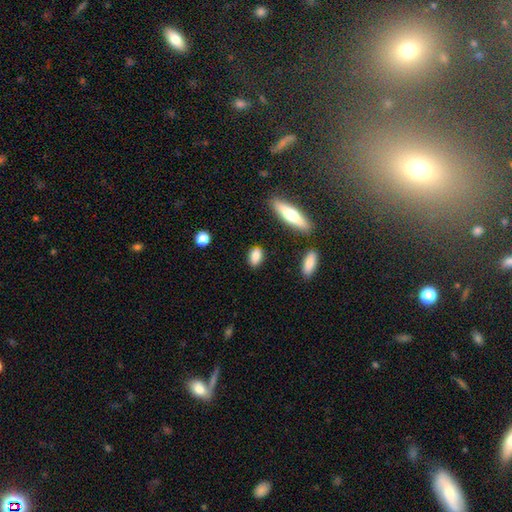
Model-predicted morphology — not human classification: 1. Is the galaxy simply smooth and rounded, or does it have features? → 82% smooth, 10% featured or disk, 7% star or artifact.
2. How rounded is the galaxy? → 80% in between, 13% round, 7% cigar-shaped.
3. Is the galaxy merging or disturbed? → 83% none, 11% minor disturbance, 3% major disturbance, 3% merger.